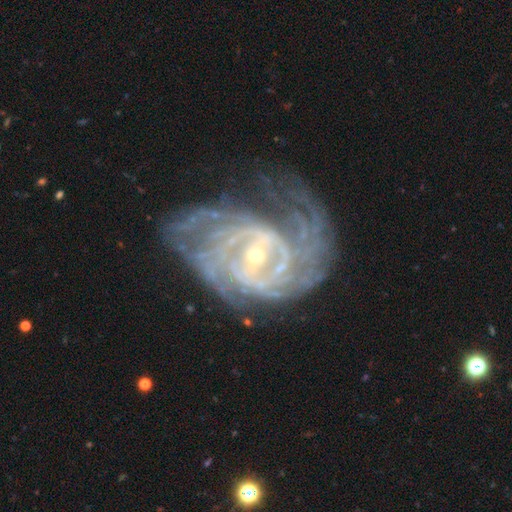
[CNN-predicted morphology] smooth-or-featured: featured or disk: 90% | star or artifact: 6% | smooth: 4%
  disk-edge-on: no: 97% | yes: 3%
    bar: weak: 43% | no: 34% | strong: 23%
    has-spiral-arms: yes: 97% | no: 3%
      spiral-winding: tight: 63% | medium: 30% | loose: 8%
      spiral-arm-count: can't tell: 29% | 2: 20% | 4: 17% | 3: 15% | more than 4: 11% | 1: 8%
    bulge-size: small: 76% | moderate: 20% | large: 1% | none: 1% | dominant: 1%
  merging: none: 53% | minor disturbance: 23% | major disturbance: 21% | merger: 2%